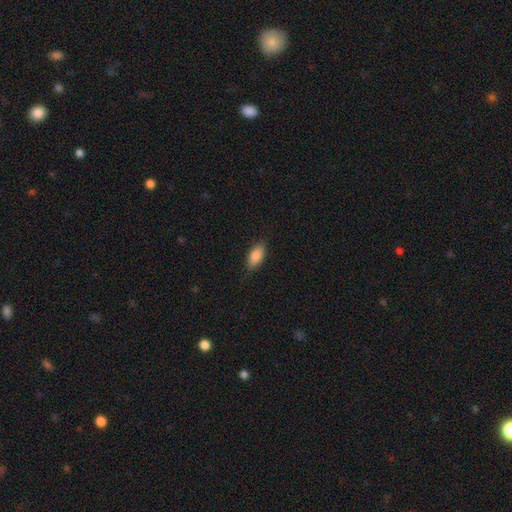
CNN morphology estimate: Smooth or featured? smooth (85%)
How rounded? in between (89%)
Merging? none (81%)